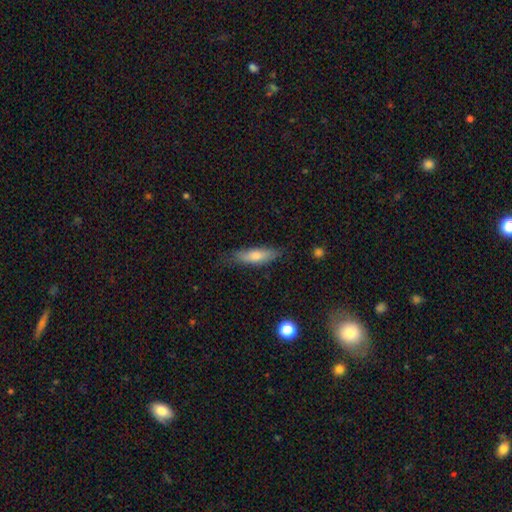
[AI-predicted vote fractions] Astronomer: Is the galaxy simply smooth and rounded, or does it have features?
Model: smooth — 74%.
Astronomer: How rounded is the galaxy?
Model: cigar-shaped — 56% (runner-up: in between, 42%).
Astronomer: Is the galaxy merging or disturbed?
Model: none — 74%.